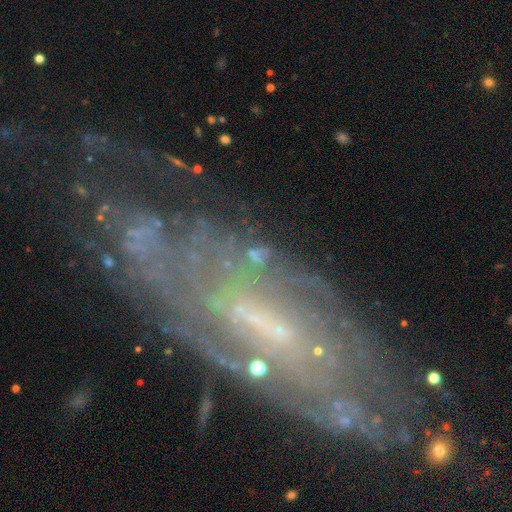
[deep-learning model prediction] This is marginally a star or artifact rather than a galaxy (44%).